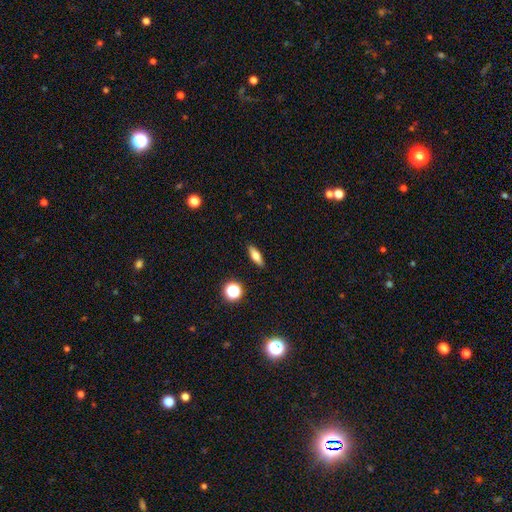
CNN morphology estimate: Smooth or featured: smooth — 69% (featured or disk — 22%)
How rounded: in between — 55% (cigar-shaped — 39%)
Merging: none — 89% (minor disturbance — 8%)